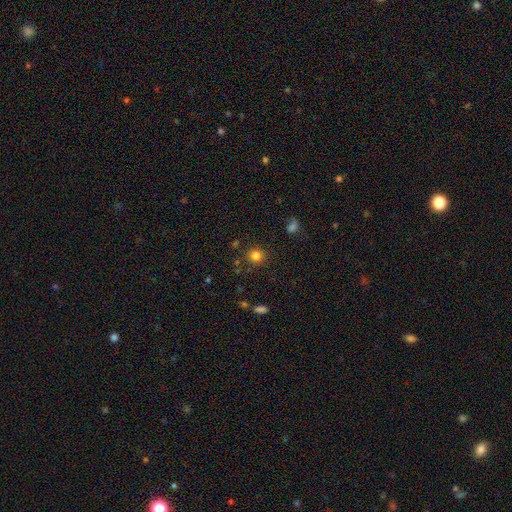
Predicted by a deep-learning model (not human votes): Q: Smooth or featured?
A: smooth (82%); runner-up: star or artifact (13%)
Q: How rounded?
A: round (91%); runner-up: in between (8%)
Q: Merging?
A: none (87%); runner-up: minor disturbance (8%)